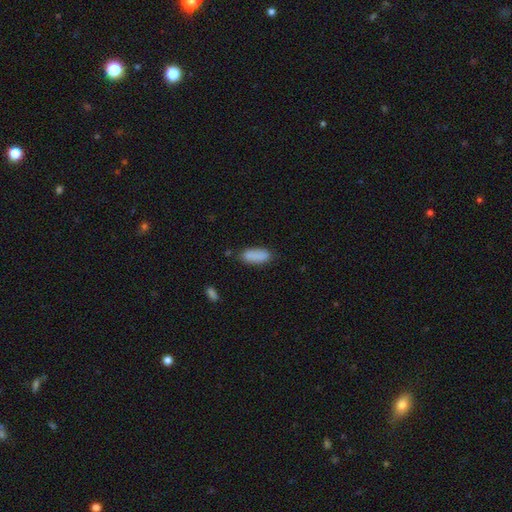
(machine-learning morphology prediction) A smooth galaxy with no disk features (87%) that is in between round and cigar-shaped (78%). Merging: none (73%).